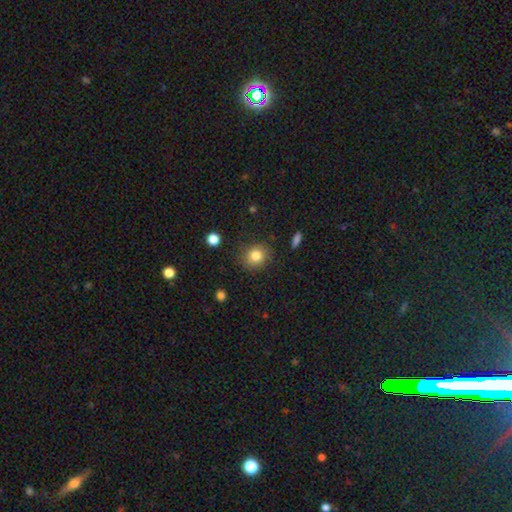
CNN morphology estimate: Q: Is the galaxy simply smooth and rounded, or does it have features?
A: smooth — 81%.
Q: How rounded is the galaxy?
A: round — 79%.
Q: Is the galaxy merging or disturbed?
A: none — 84%.